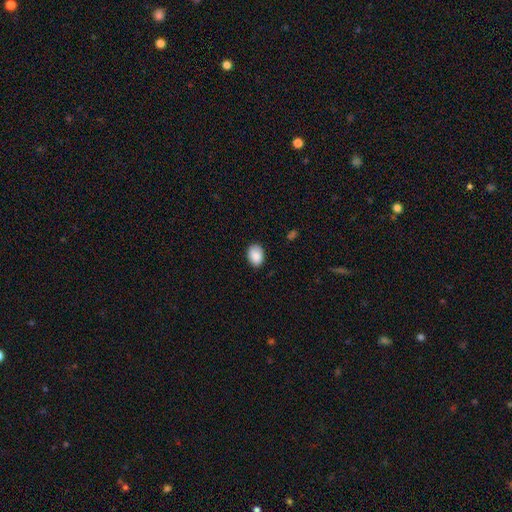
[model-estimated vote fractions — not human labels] This is clearly a smooth galaxy (88%). How rounded: likely in between (75%). Merging: clearly none (83%).